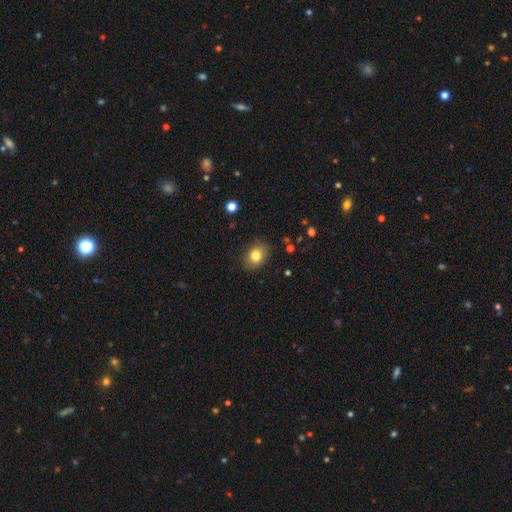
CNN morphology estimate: This is clearly a smooth galaxy (81%). How rounded: likely in between (63%). Merging: clearly none (85%).